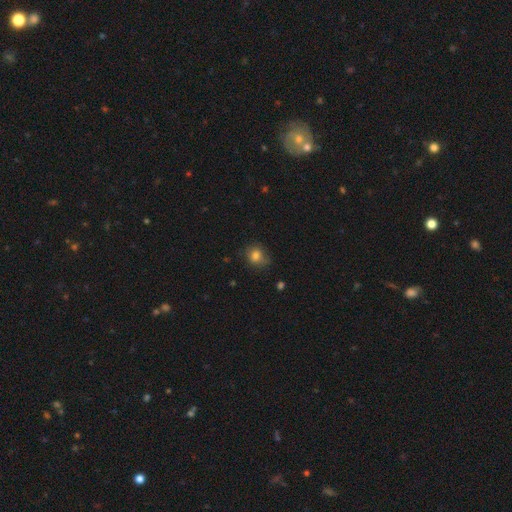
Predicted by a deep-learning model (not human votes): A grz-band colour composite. It shows a smooth galaxy with no disk features (79%) that is round (67%). Merging: none (67%).